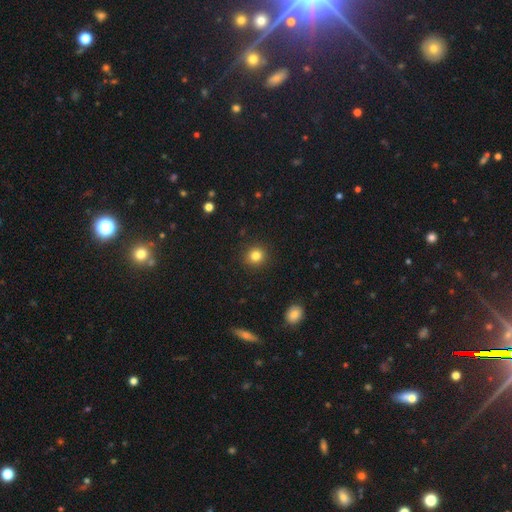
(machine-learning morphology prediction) The model was most divided on "smooth or featured": smooth: 83%, star or artifact: 12%, featured or disk: 6%. More confident: merging — none (92%); how rounded — round (90%).